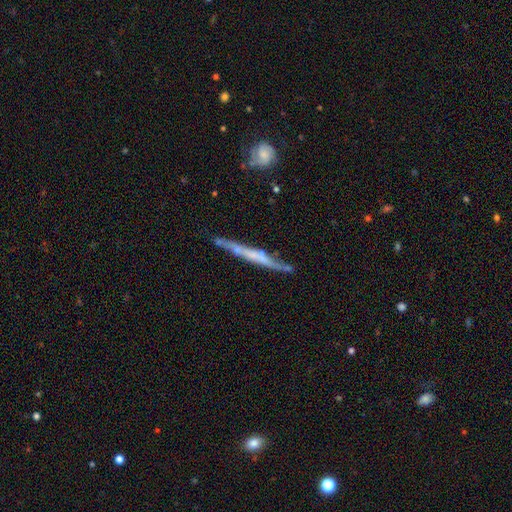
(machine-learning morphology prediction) type=featured or disk (65%); edge-on=yes (89%); edge-on bulge=none (60%); merging=none (71%).